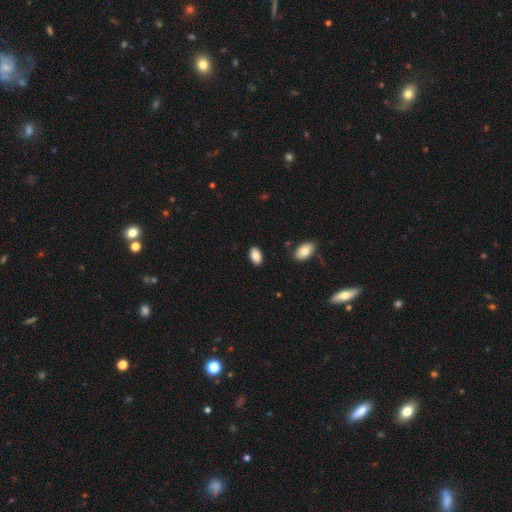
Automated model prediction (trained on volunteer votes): Smooth or featured? Predicted: smooth (p=0.88). How rounded? Predicted: in between (p=0.92). Merging? Predicted: none (p=0.88).